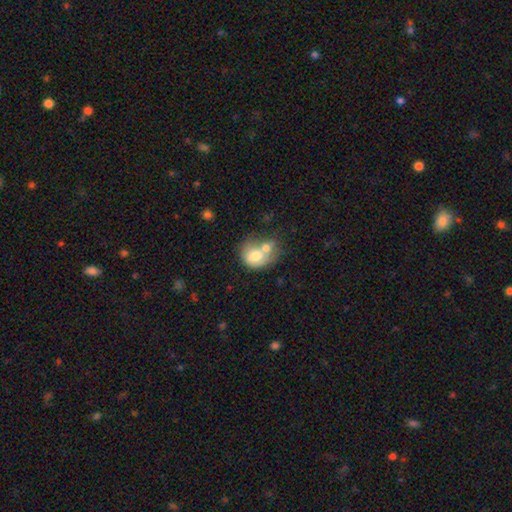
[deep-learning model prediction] Smooth or featured? smooth (67%)
How rounded? round (51%)
Merging? merger (63%)